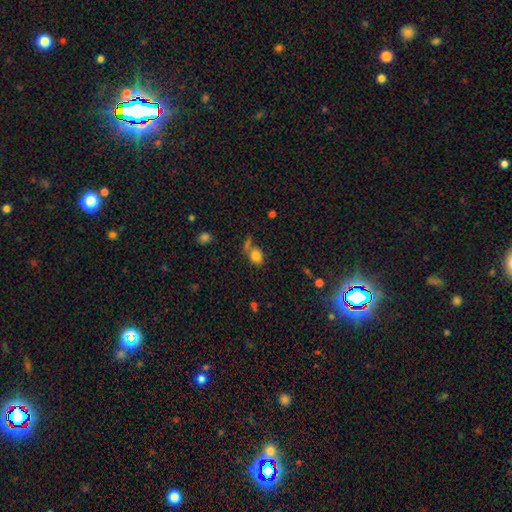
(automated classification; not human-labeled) Overall: smooth (81%). How rounded: in between (55%; round 44%). Merging: none (54%; merger 23%).